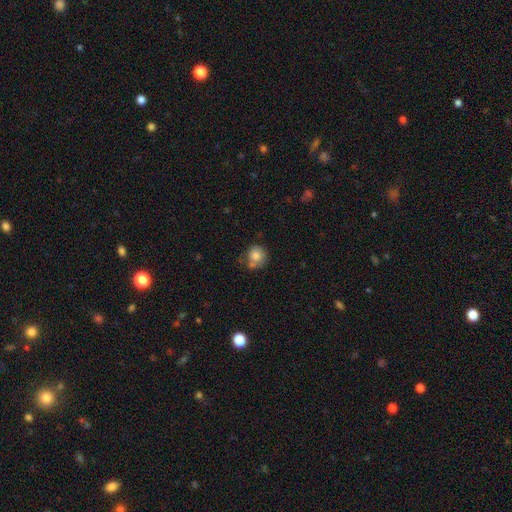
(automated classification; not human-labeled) This appears to be a smooth galaxy with no disk features (81%) that is round (85%). Merging: none (57%).